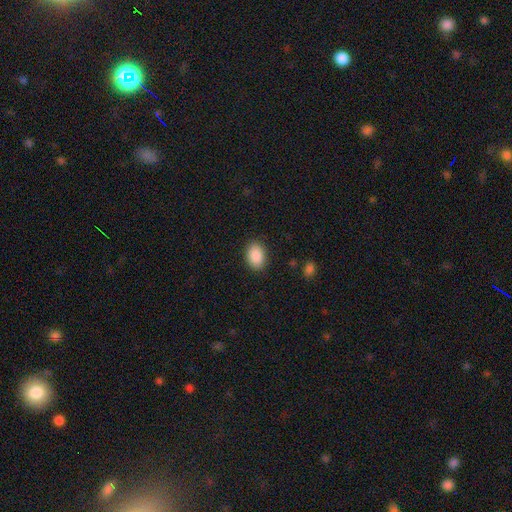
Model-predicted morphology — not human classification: Overall: smooth (90%). How rounded: in between (84%). Merging: none (87%).